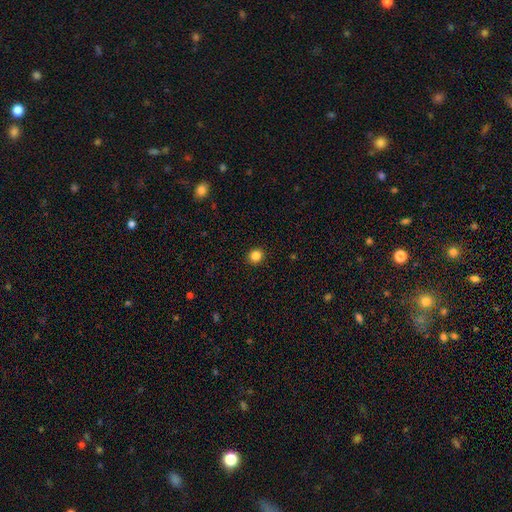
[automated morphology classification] type=smooth (84%); roundness=round (89%); merging=none (93%).